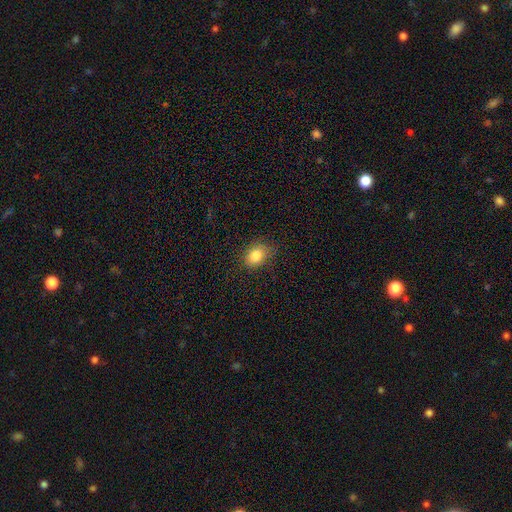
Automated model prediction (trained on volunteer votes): Smooth or featured?
  - smooth: 82% *
  - star or artifact: 10%
  - featured or disk: 8%
How rounded?
  - in between: 66% *
  - round: 33%
  - cigar-shaped: 1%
Merging?
  - none: 79% *
  - minor disturbance: 16%
  - major disturbance: 4%
  - merger: 1%